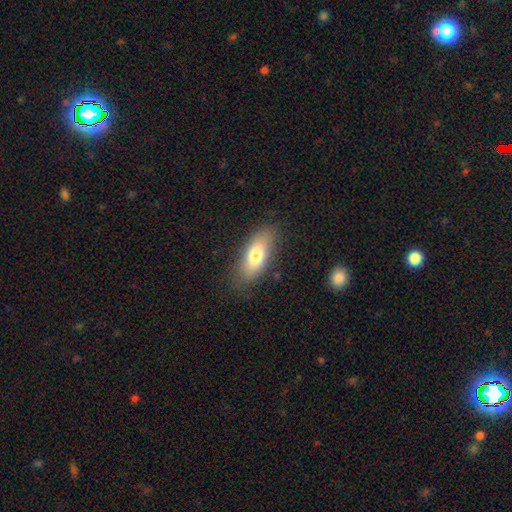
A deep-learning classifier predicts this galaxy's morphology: This appears to be a smooth galaxy with no disk features (75%) that is in between round and cigar-shaped (79%). Merging: none (80%).